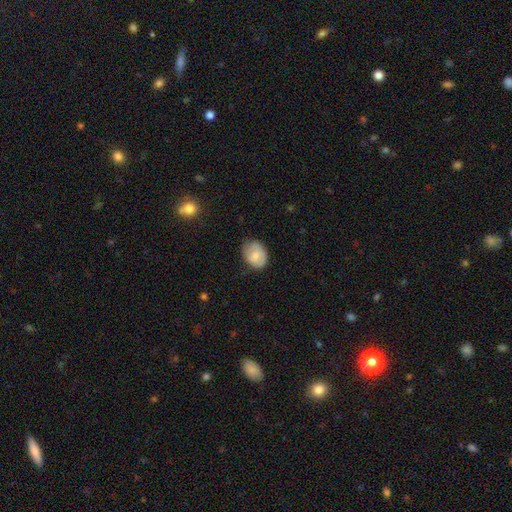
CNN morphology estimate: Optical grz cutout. It shows a smooth galaxy with no disk features (77%) that is in between round and cigar-shaped (62%). Merging: none (68%).